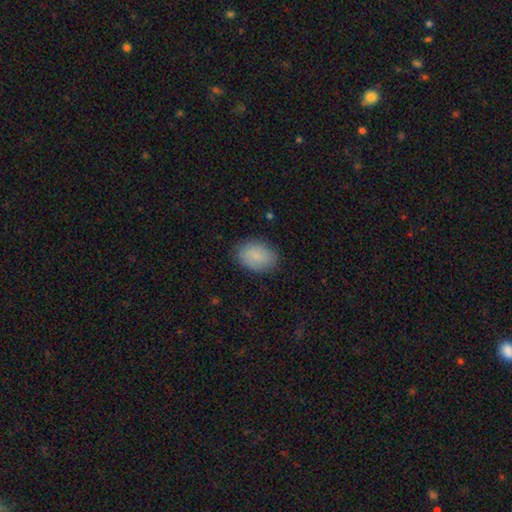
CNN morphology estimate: Overall: smooth (86%). How rounded: in between (78%). Merging: none (85%).